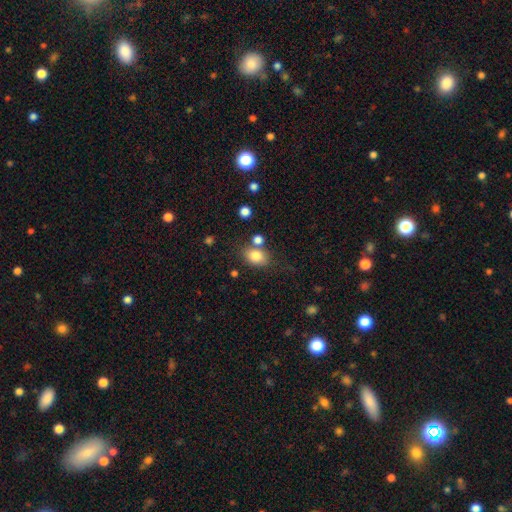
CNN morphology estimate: smooth_or_featured: smooth (p=0.82) [alt: star or artifact p=0.10]
how_rounded: in between (p=0.65) [alt: round p=0.34]
merging: none (p=0.66) [alt: merger p=0.15]